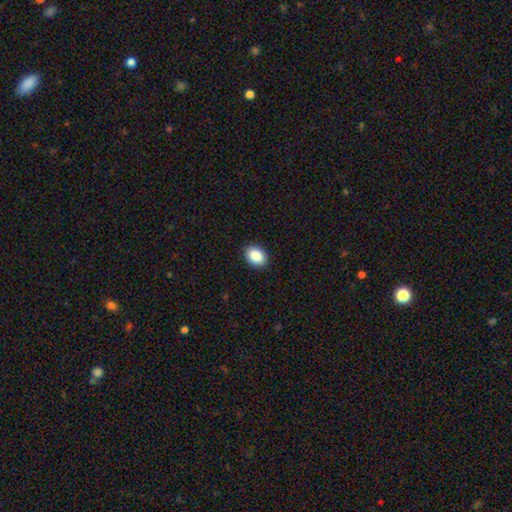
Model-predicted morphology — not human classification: Smooth or featured? Predicted: smooth (p=0.88). How rounded? Predicted: in between (p=0.74). Merging? Predicted: none (p=0.90).